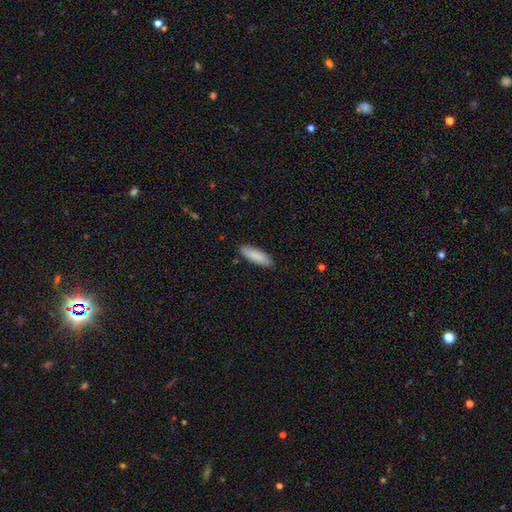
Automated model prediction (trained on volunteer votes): Smooth or featured: smooth — 88% (featured or disk — 6%)
How rounded: in between — 54% (cigar-shaped — 45%)
Merging: none — 87% (minor disturbance — 10%)